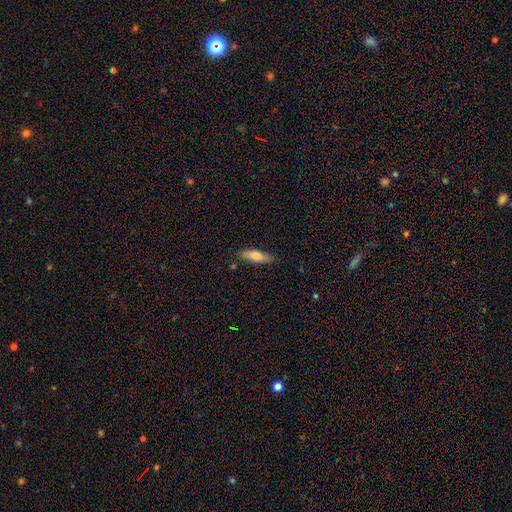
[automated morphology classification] smooth-or-featured: smooth: 71% | featured or disk: 23% | star or artifact: 6%
  how-rounded: in between: 52% | cigar-shaped: 46% | round: 2%
  merging: none: 85% | minor disturbance: 11% | major disturbance: 2% | merger: 2%